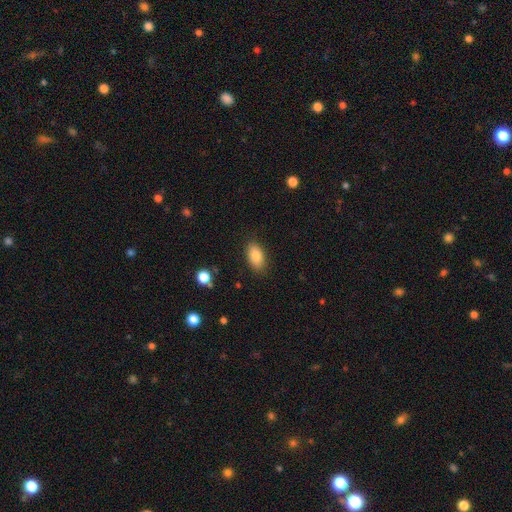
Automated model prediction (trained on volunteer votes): Smooth or featured?
  - smooth: 85% *
  - star or artifact: 8%
  - featured or disk: 7%
How rounded?
  - in between: 92% *
  - round: 6%
  - cigar-shaped: 3%
Merging?
  - none: 85% *
  - minor disturbance: 11%
  - major disturbance: 3%
  - merger: 1%